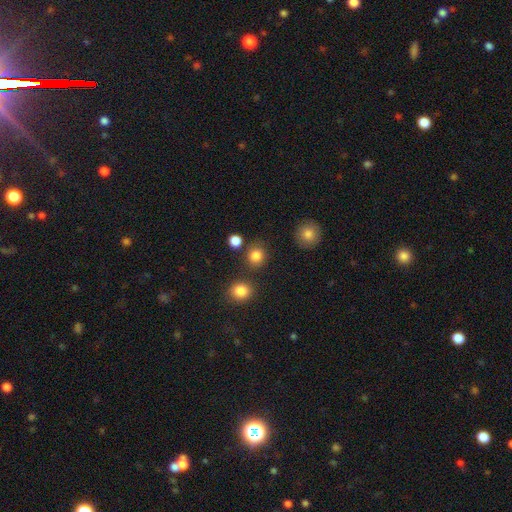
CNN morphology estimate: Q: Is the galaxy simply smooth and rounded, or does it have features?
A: smooth — 83%.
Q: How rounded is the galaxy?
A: round — 86%.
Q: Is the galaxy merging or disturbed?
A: none — 81%.